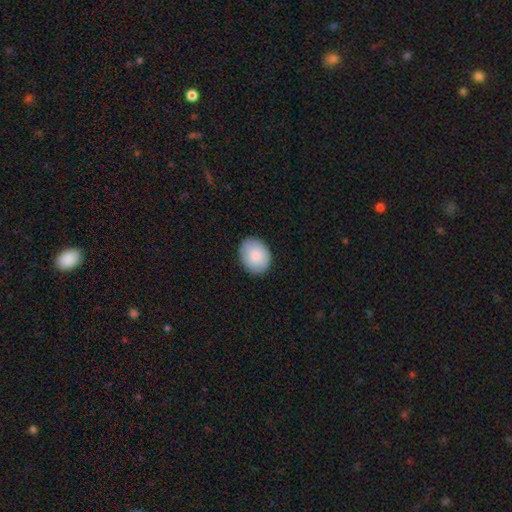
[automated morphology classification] This appears to be a smooth galaxy with no disk features (85%) that is in between round and cigar-shaped (59%). Merging: none (87%).